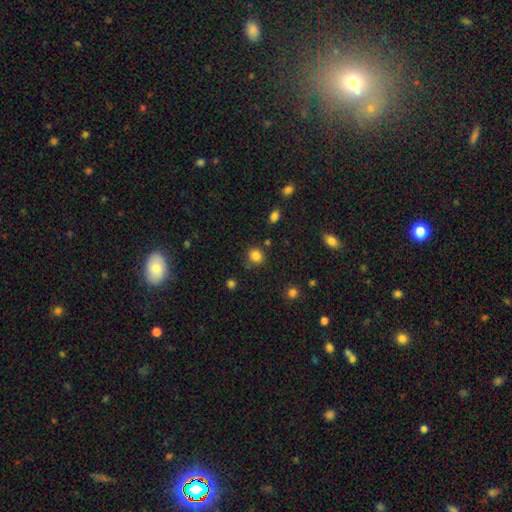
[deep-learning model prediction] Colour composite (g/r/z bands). It shows a smooth galaxy with no disk features (84%) that is round (85%). Merging: none (81%).